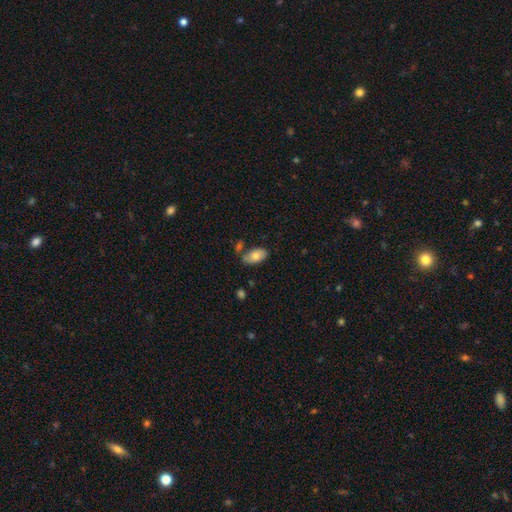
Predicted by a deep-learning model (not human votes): Overall: smooth (75%). How rounded: in between (94%). Merging: none (69%).